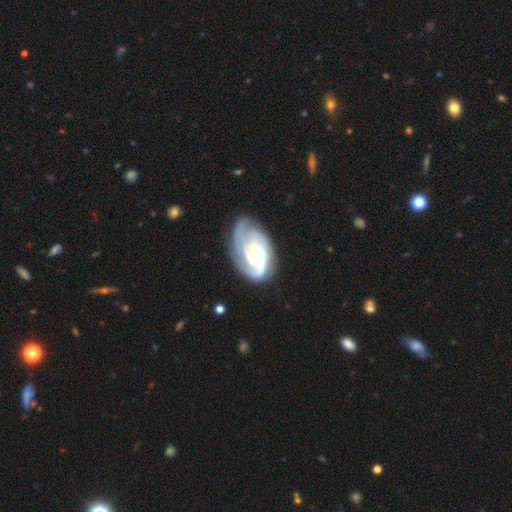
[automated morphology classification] This appears to be a featured or disk galaxy (85%) with no bar (51%), 2 (37%) tight (64%) spiral arms (96%) and a moderate central bulge (46%). Merging: none (61%).